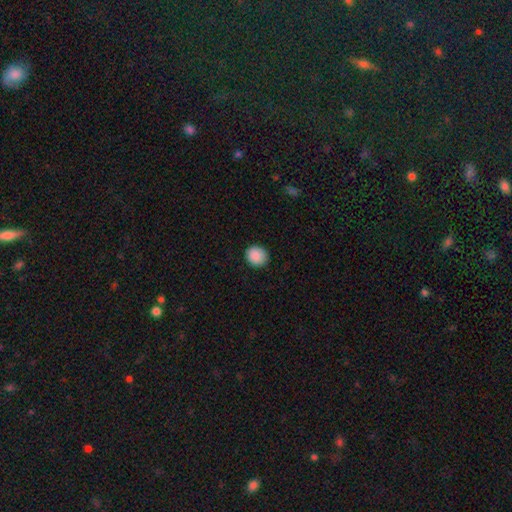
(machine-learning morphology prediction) Q: Smooth or featured?
A: smooth (90%); runner-up: star or artifact (7%)
Q: How rounded?
A: round (83%); runner-up: in between (17%)
Q: Merging?
A: none (90%); runner-up: minor disturbance (8%)